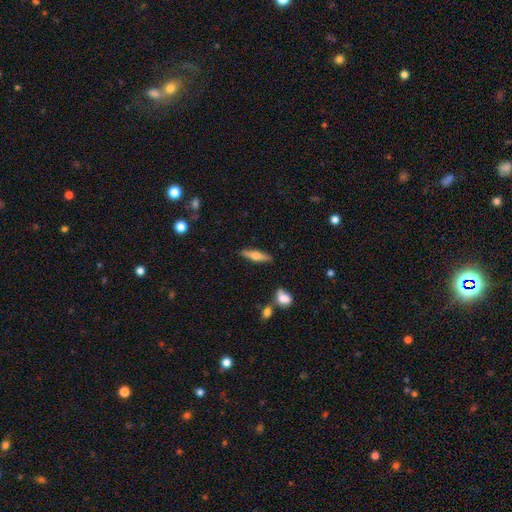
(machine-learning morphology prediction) Smooth or featured?
  - smooth: 51% *
  - featured or disk: 42%
  - star or artifact: 6%
How rounded?
  - cigar-shaped: 73% *
  - in between: 25%
  - round: 2%
Merging?
  - none: 85% *
  - minor disturbance: 10%
  - merger: 3%
  - major disturbance: 2%